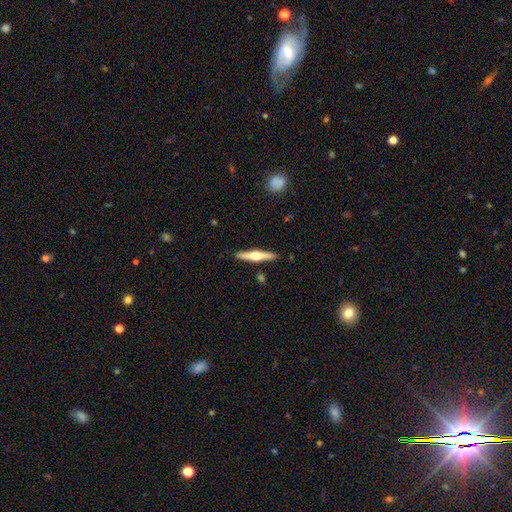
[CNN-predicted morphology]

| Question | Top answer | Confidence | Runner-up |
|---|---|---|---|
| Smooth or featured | featured or disk | 68% | smooth (27%) |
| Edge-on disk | yes | 97% | no (3%) |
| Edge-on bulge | rounded | 95% | boxy (3%) |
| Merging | none | 90% | minor disturbance (7%) |